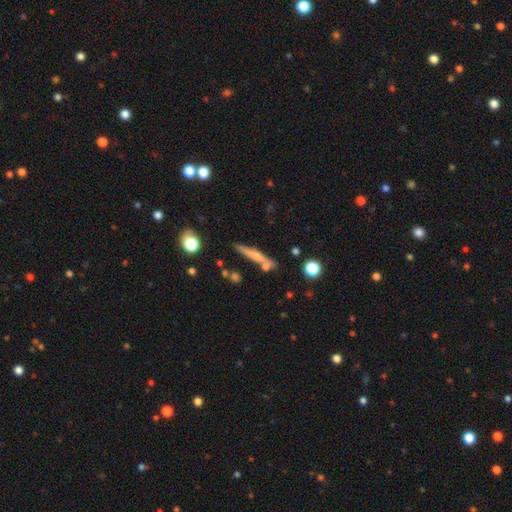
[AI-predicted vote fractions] A smooth galaxy with no disk features (51%) that is cigar-shaped (91%). Merging: none (72%).